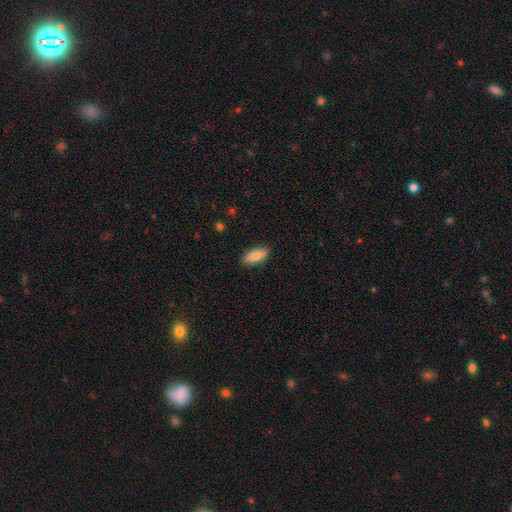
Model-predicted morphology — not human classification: This is clearly a smooth galaxy (82%). How rounded: clearly in between (84%). Merging: clearly none (87%).